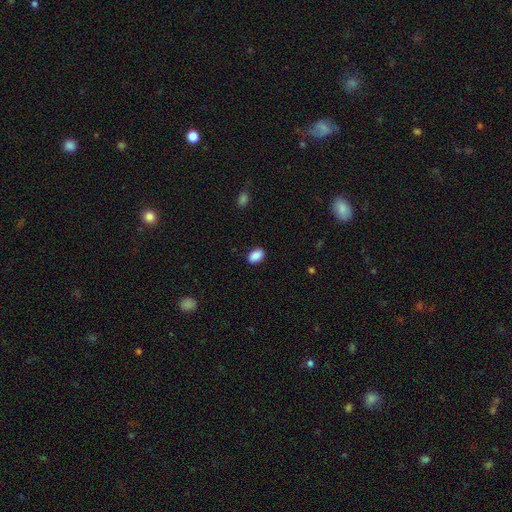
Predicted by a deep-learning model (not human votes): Smooth or featured?
  - smooth: 90% *
  - star or artifact: 7%
  - featured or disk: 3%
How rounded?
  - in between: 88% *
  - round: 11%
  - cigar-shaped: 1%
Merging?
  - none: 88% *
  - minor disturbance: 9%
  - major disturbance: 2%
  - merger: 1%